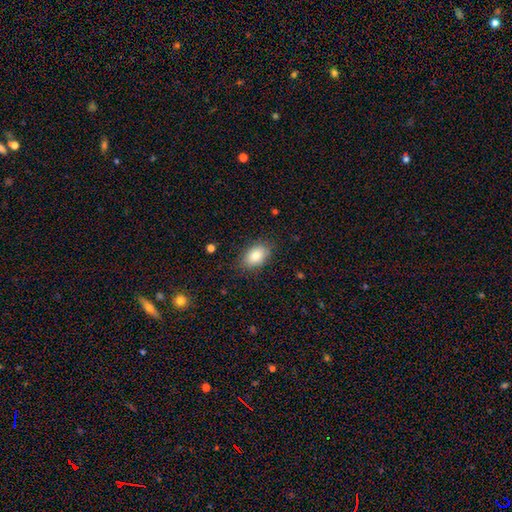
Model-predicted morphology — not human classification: Smooth or featured?
  - smooth: 85% *
  - featured or disk: 8%
  - star or artifact: 7%
How rounded?
  - in between: 90% *
  - round: 8%
  - cigar-shaped: 2%
Merging?
  - none: 81% *
  - minor disturbance: 14%
  - major disturbance: 3%
  - merger: 1%